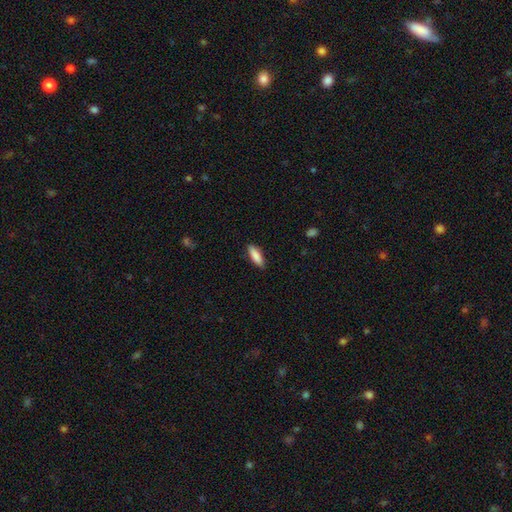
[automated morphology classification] This appears to be a smooth galaxy with no disk features (87%) that is in between round and cigar-shaped (57%). Merging: none (86%).